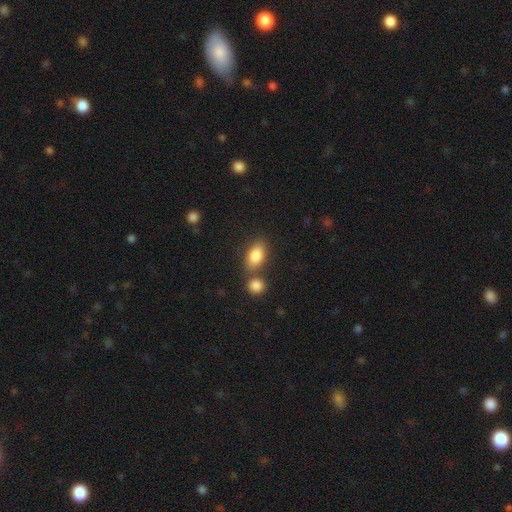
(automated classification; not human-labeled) Morphology: type=smooth (84%); roundness=in between (88%); merging=none (63%).